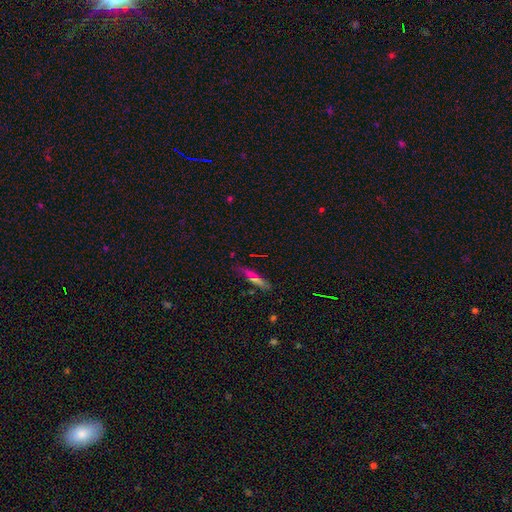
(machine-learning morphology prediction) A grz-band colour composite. It shows a smooth galaxy with no disk features (56%) that is cigar-shaped (74%). Merging: none (79%).